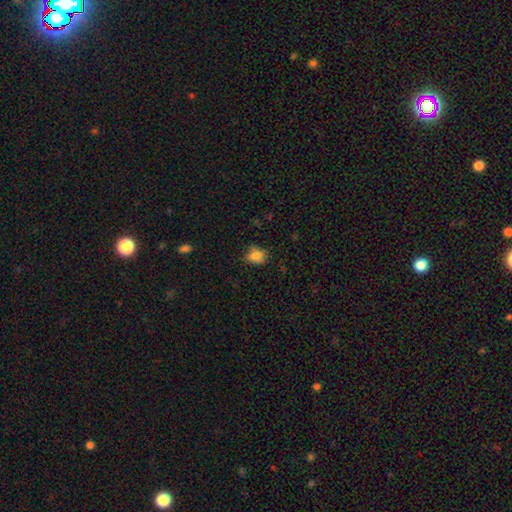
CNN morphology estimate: A smooth galaxy with no disk features (78%) that is in between round and cigar-shaped (55%). Merging: none (63%).